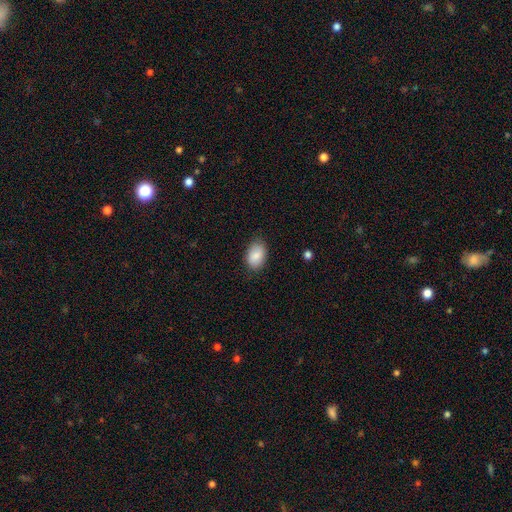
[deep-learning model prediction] A smooth galaxy with no disk features (84%) that is in between round and cigar-shaped (89%).

Vote fractions:
- Smooth or featured? smooth: 84% / featured or disk: 9% / star or artifact: 7%
- How rounded? in between: 89% / round: 10% / cigar-shaped: 1%
- Merging? none: 80% / minor disturbance: 16% / major disturbance: 3% / merger: 1%